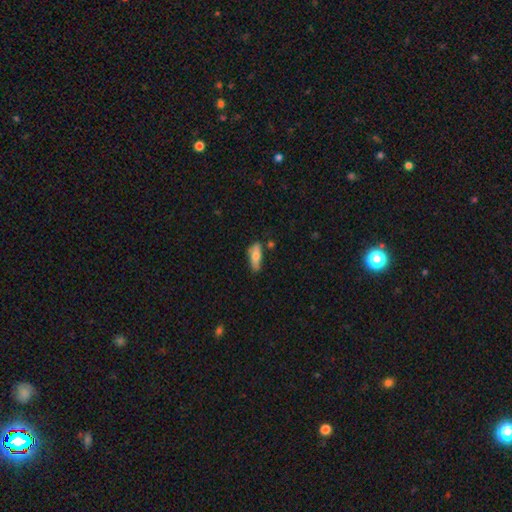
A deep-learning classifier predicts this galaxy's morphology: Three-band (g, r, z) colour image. It shows a smooth galaxy with no disk features (71%) that is in between round and cigar-shaped (69%). Merging: none (60%).